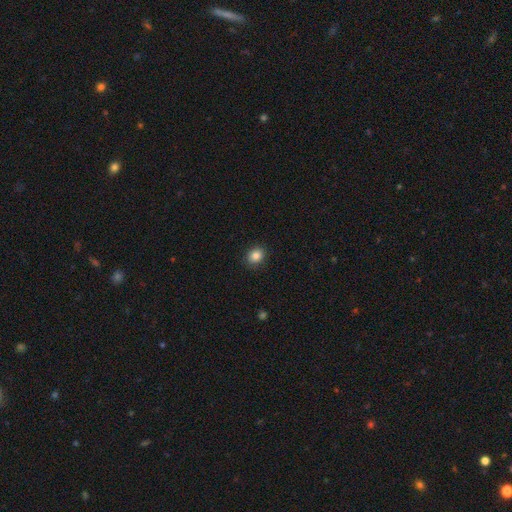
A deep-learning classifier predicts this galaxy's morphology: smooth_or_featured: smooth (p=0.85) [alt: star or artifact p=0.10]
how_rounded: round (p=0.57) [alt: in between p=0.43]
merging: none (p=0.89) [alt: minor disturbance p=0.08]